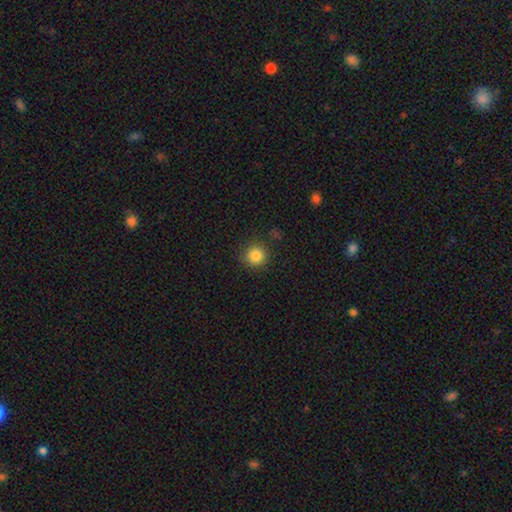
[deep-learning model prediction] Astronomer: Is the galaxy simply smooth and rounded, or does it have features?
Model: smooth — 84%.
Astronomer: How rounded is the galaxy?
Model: round — 94%.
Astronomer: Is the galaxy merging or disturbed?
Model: none — 87%.